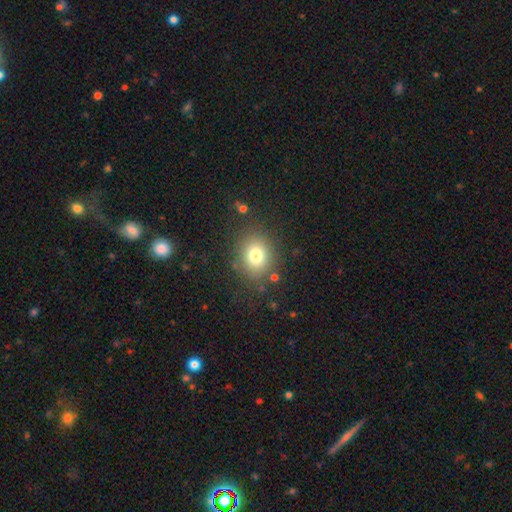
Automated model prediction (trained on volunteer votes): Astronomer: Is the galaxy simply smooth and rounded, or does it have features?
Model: smooth — 77%.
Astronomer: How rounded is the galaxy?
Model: round — 67%.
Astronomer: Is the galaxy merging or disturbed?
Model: none — 82%.